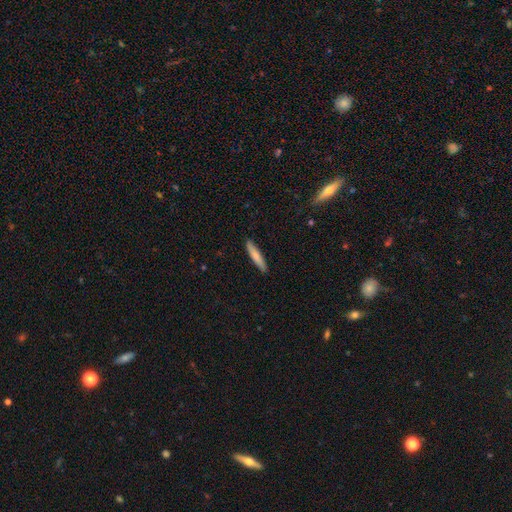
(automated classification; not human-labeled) The model was most divided on "smooth or featured": smooth: 77%, featured or disk: 17%, star or artifact: 5%. More confident: how rounded — cigar-shaped (90%); merging — none (89%).